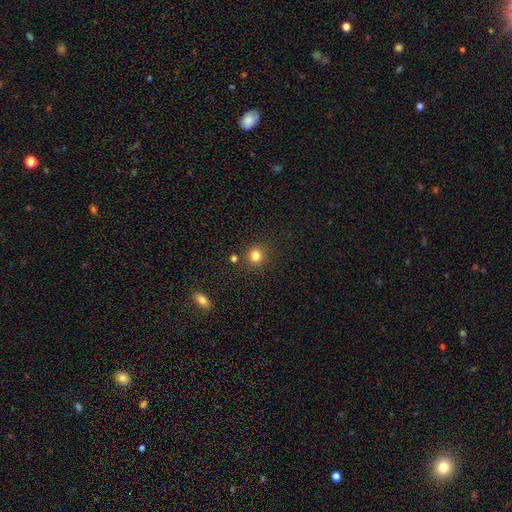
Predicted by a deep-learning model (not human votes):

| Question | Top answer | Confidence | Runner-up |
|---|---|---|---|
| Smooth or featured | smooth | 82% | star or artifact (13%) |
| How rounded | round | 88% | in between (11%) |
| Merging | none | 84% | minor disturbance (8%) |